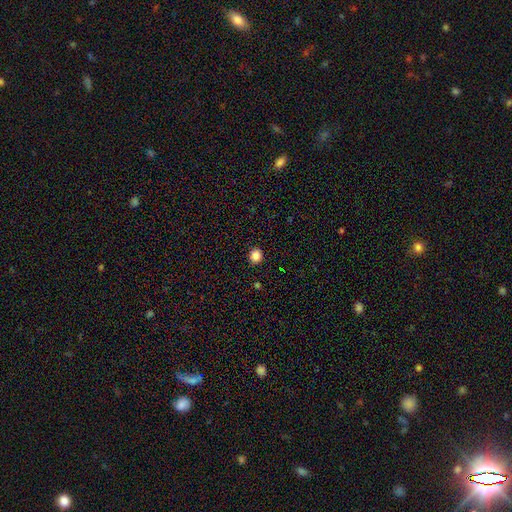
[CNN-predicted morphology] Smooth or featured? smooth (85%)
How rounded? round (83%)
Merging? none (92%)